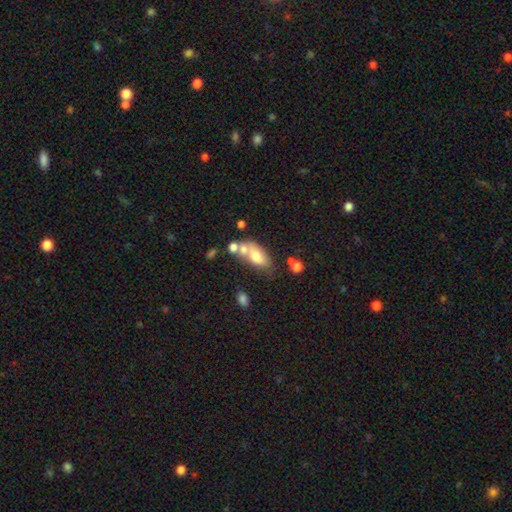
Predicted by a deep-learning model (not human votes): This is likely a smooth galaxy (64%). How rounded: clearly in between (84%). Merging: marginally merger (39%).